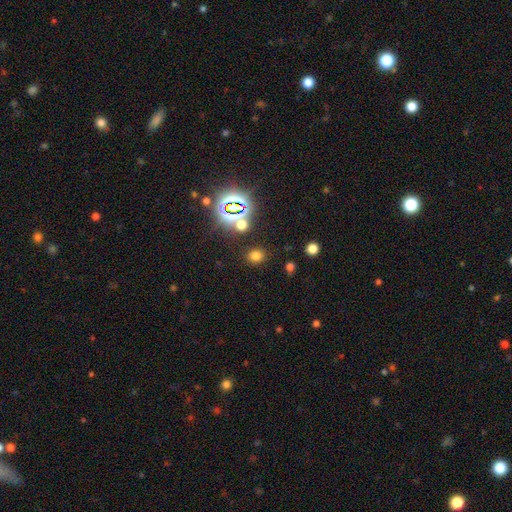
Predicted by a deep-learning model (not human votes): smooth 68%, star or artifact 26%, featured or disk 6%. Down the decision tree: how rounded — round (67%); merging — none (85%).